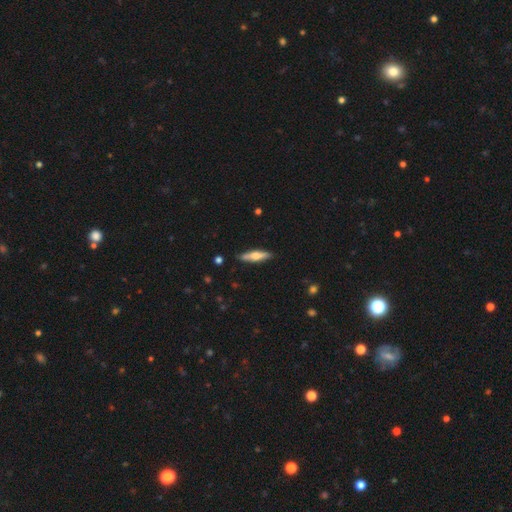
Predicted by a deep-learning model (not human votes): This appears to be a smooth galaxy with no disk features (51%) that is cigar-shaped (72%). Merging: none (87%).